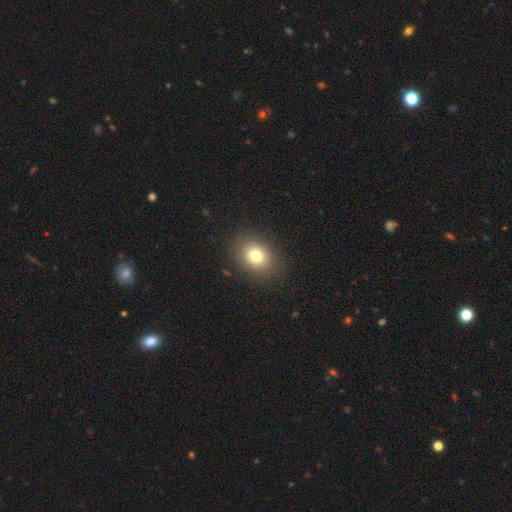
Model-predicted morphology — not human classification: smooth_or_featured: smooth (p=0.78) [alt: star or artifact p=0.12]
how_rounded: in between (p=0.52) [alt: round p=0.47]
merging: none (p=0.88) [alt: minor disturbance p=0.08]